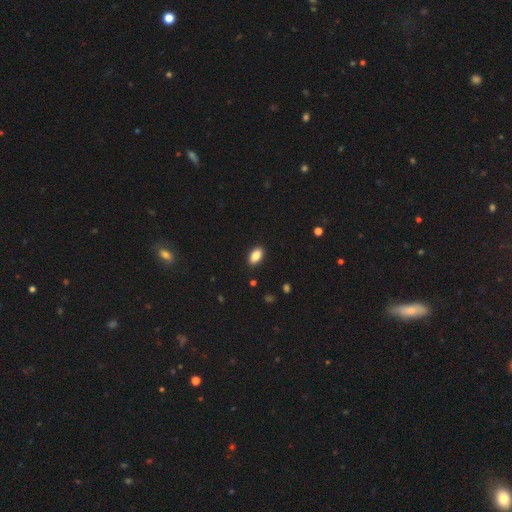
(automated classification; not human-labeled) Smooth or featured? smooth (86%)
How rounded? in between (92%)
Merging? none (89%)